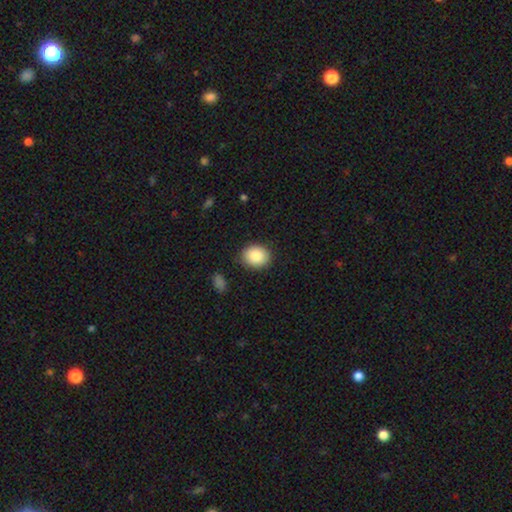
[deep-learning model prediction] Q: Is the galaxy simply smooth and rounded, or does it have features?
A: smooth — 86%.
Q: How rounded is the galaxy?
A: round — 55%.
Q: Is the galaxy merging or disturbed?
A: none — 86%.